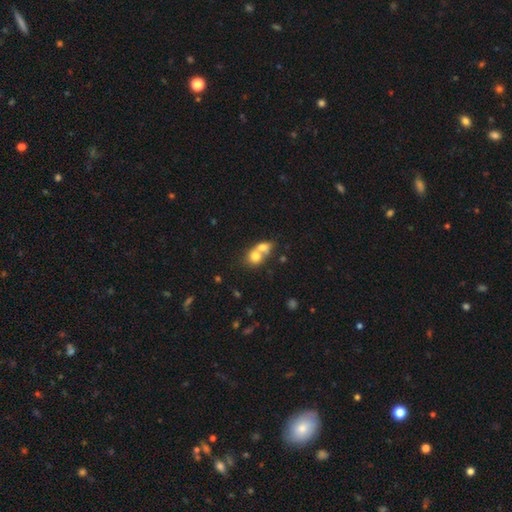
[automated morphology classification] type=smooth (73%); roundness=round (66%); merging=merger (71%).